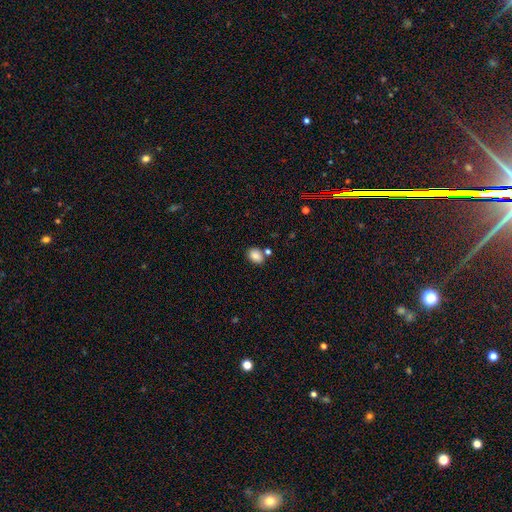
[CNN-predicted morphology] This appears to be a smooth galaxy with no disk features (85%) that is in between round and cigar-shaped (75%). Merging: none (71%).